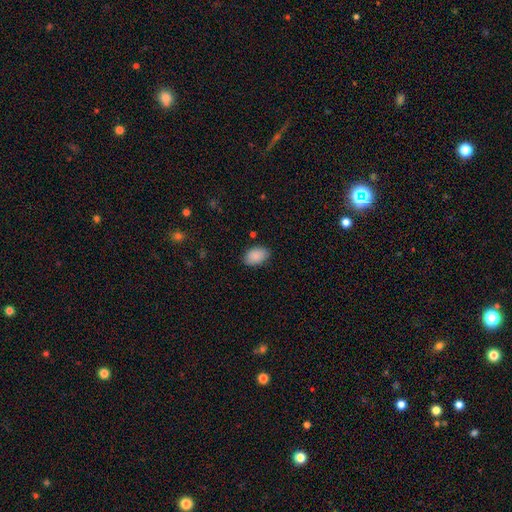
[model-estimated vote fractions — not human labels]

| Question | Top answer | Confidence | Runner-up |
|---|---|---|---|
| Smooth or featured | smooth | 89% | star or artifact (7%) |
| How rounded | in between | 89% | round (10%) |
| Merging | none | 85% | minor disturbance (11%) |